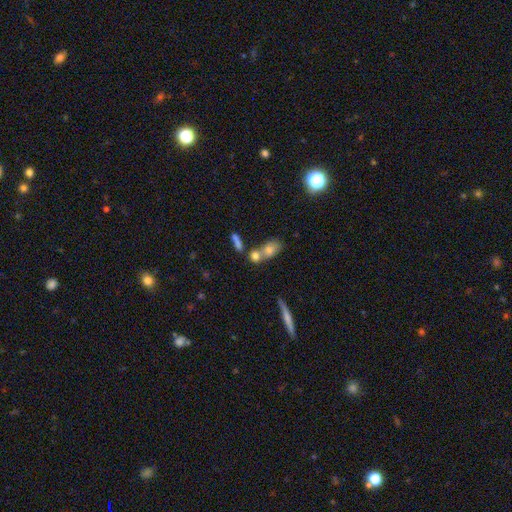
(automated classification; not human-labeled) Overall: smooth (70%). How rounded: in between (52%; round 36%). Merging: merger (54%; none 33%).